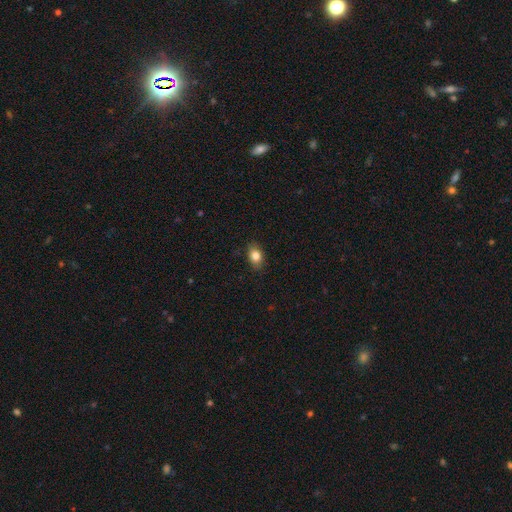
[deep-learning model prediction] Smooth or featured: smooth — 82% (featured or disk — 9%)
How rounded: in between — 80% (round — 19%)
Merging: none — 86% (minor disturbance — 11%)